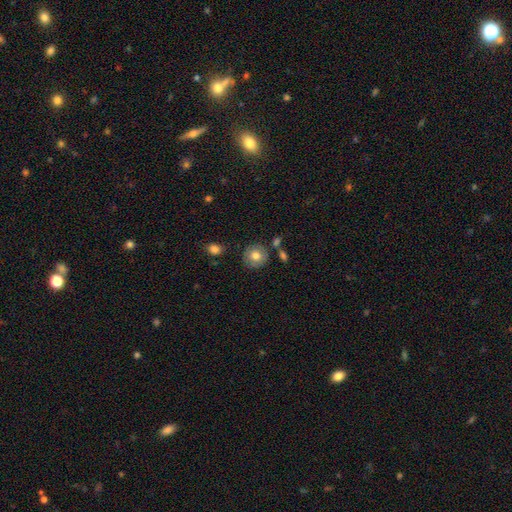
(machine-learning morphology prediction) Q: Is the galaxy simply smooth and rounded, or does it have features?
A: smooth — 76%.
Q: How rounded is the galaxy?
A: round — 91%.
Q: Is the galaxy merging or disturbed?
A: none — 81%.